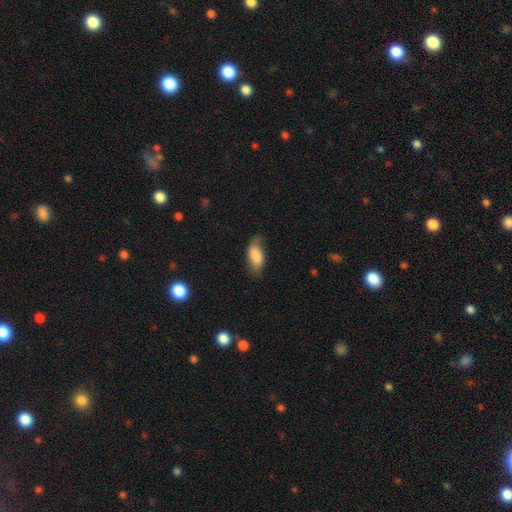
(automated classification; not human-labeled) Smooth or featured? smooth (82%)
How rounded? in between (91%)
Merging? none (60%)